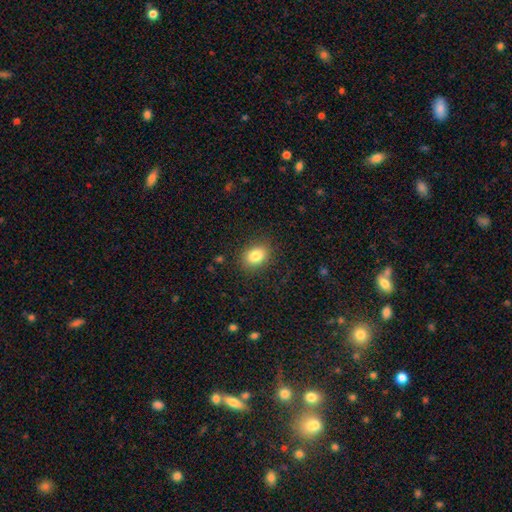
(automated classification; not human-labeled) A smooth galaxy with no disk features (84%) that is in between round and cigar-shaped (74%).

Vote fractions:
- Smooth or featured? smooth: 84% / star or artifact: 9% / featured or disk: 7%
- How rounded? in between: 74% / round: 25% / cigar-shaped: 1%
- Merging? none: 86% / minor disturbance: 10% / major disturbance: 3% / merger: 1%